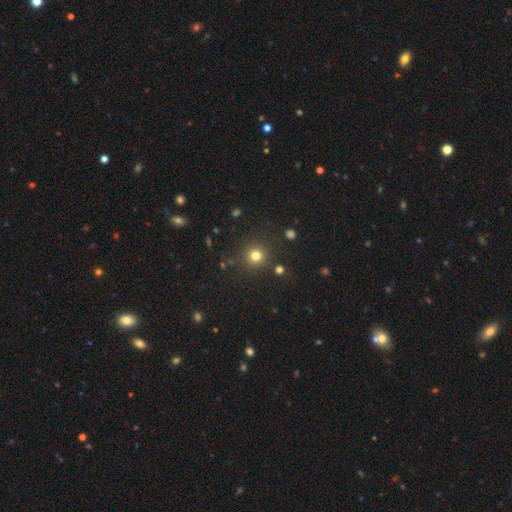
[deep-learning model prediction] A smooth galaxy with no disk features (78%) that is round (94%). Merging: none (86%).